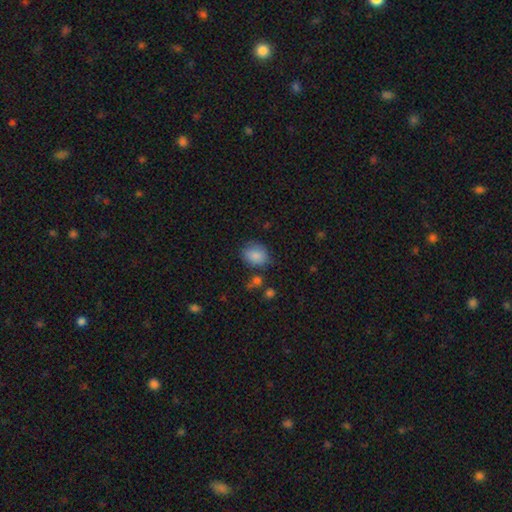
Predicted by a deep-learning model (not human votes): Morphology: type=smooth (86%); roundness=in between (57%); merging=none (68%).